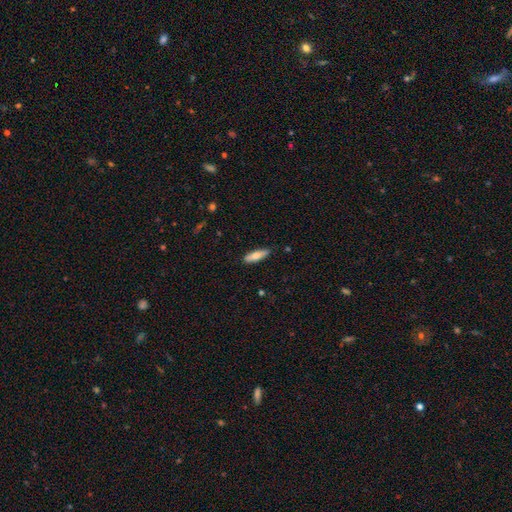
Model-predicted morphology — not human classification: smooth 73%, featured or disk 22%, star or artifact 6%. Down the decision tree: how rounded — cigar-shaped (57%); merging — none (86%).